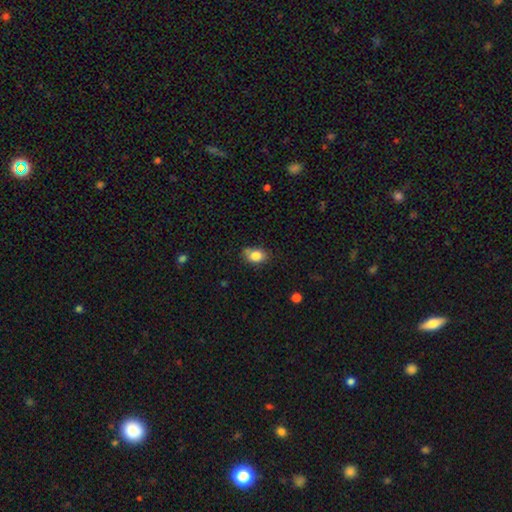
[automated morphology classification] type=smooth (83%); roundness=in between (73%); merging=none (65%).